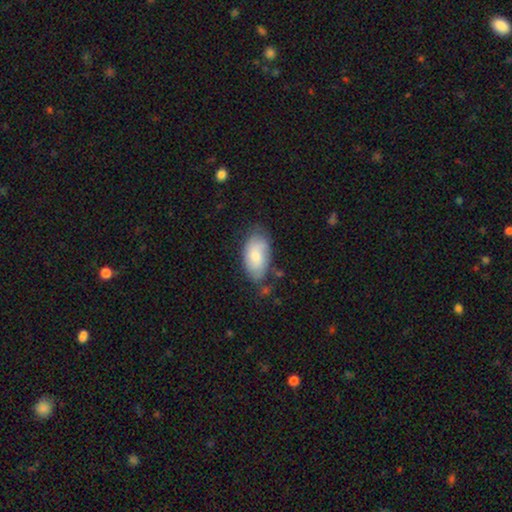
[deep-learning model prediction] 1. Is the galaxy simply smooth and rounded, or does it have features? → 71% smooth, 23% featured or disk, 6% star or artifact.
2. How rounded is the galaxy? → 94% in between, 4% round, 2% cigar-shaped.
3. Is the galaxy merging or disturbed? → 63% none, 27% minor disturbance, 7% major disturbance, 4% merger.